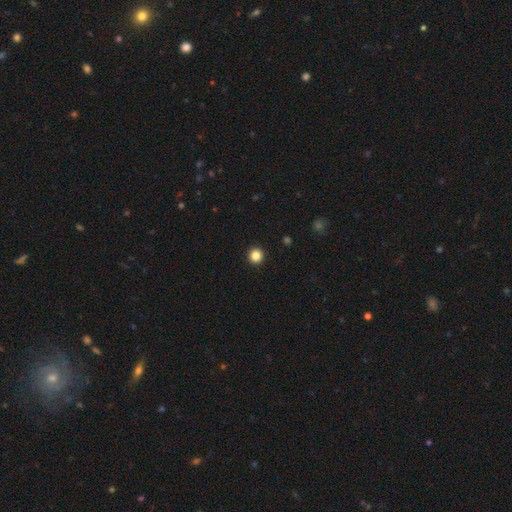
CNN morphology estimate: Smooth or featured?
  - smooth: 85% *
  - star or artifact: 11%
  - featured or disk: 4%
How rounded?
  - round: 96% *
  - in between: 3%
  - cigar-shaped: 1%
Merging?
  - none: 94% *
  - minor disturbance: 4%
  - major disturbance: 1%
  - merger: 1%